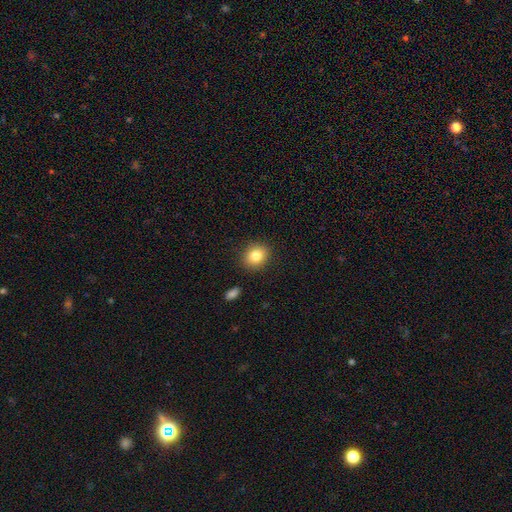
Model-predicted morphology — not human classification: A smooth galaxy with no disk features (83%) that is round (64%).

Vote fractions:
- Smooth or featured? smooth: 83% / star or artifact: 10% / featured or disk: 8%
- How rounded? round: 64% / in between: 35% / cigar-shaped: 1%
- Merging? none: 88% / minor disturbance: 8% / major disturbance: 2% / merger: 2%